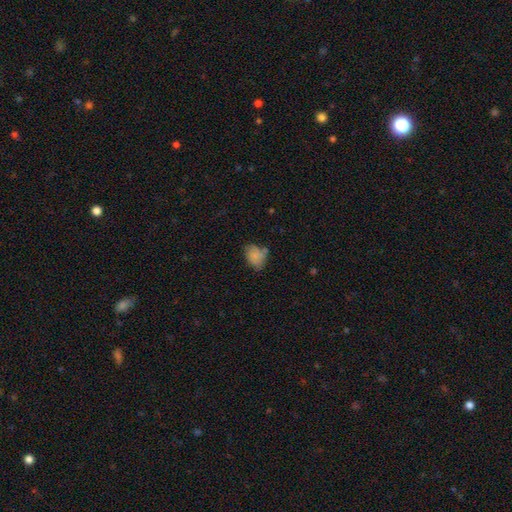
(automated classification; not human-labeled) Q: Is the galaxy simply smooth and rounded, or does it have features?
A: smooth — 77%.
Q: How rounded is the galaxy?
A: in between — 68%.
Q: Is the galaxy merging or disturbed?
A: none — 47%.